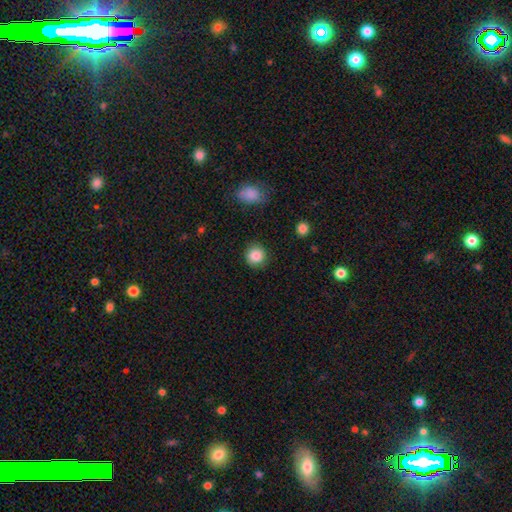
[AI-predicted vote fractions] Smooth or featured? Predicted: smooth (p=0.86). How rounded? Predicted: round (p=0.90). Merging? Predicted: none (p=0.86).